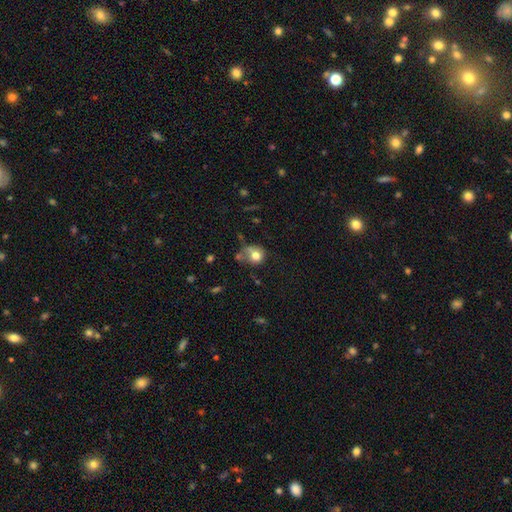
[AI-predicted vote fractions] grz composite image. It shows a smooth galaxy with no disk features (75%) that is round (77%). Merging: none (44%).